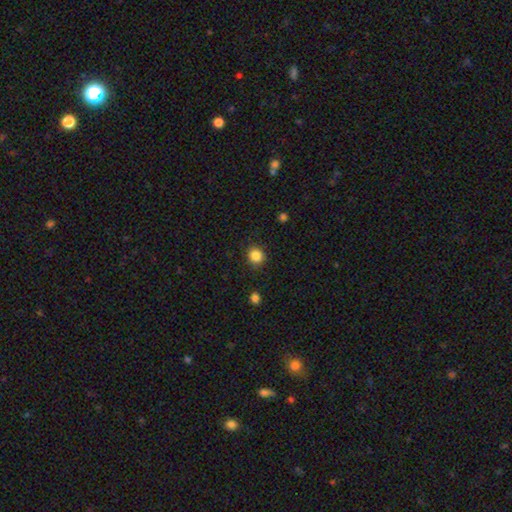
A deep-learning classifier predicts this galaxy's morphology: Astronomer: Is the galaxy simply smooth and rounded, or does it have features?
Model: smooth — 85%.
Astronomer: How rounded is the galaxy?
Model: round — 84%.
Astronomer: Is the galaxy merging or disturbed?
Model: none — 88%.